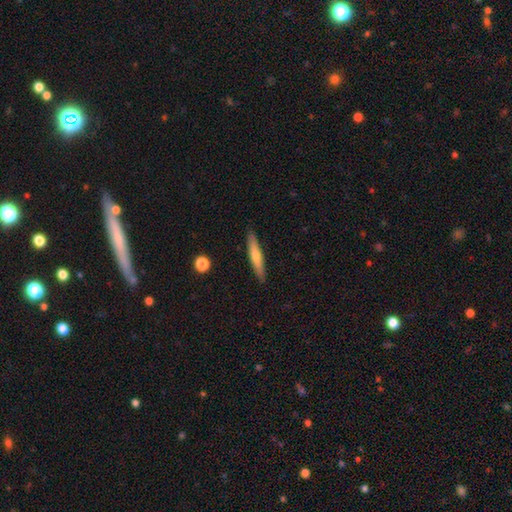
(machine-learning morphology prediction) Smooth or featured: smooth — 47% (featured or disk — 46%)
Merging: none — 90% (minor disturbance — 7%)